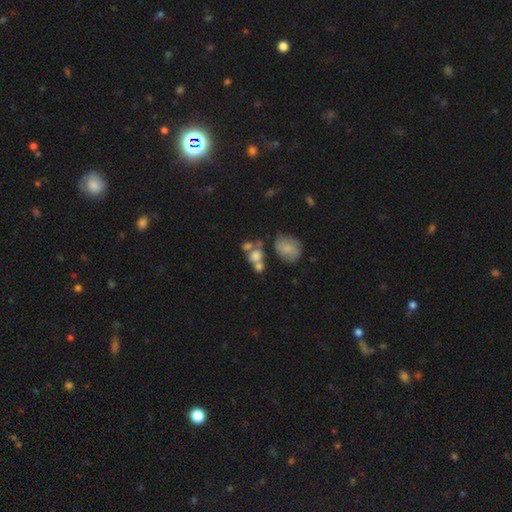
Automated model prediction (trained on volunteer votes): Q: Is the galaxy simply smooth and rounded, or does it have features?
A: smooth — 68%.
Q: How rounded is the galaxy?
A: round — 57%.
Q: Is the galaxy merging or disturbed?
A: merger — 45%.